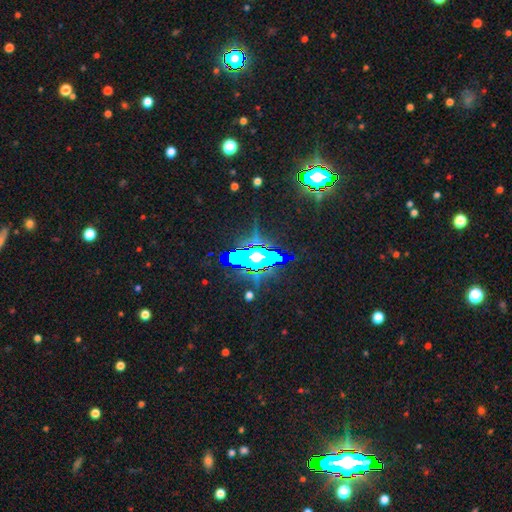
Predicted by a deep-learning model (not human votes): A star or artifact, not a galaxy (68%).

Vote fractions:
- Smooth or featured? star or artifact: 68% / featured or disk: 18% / smooth: 14%